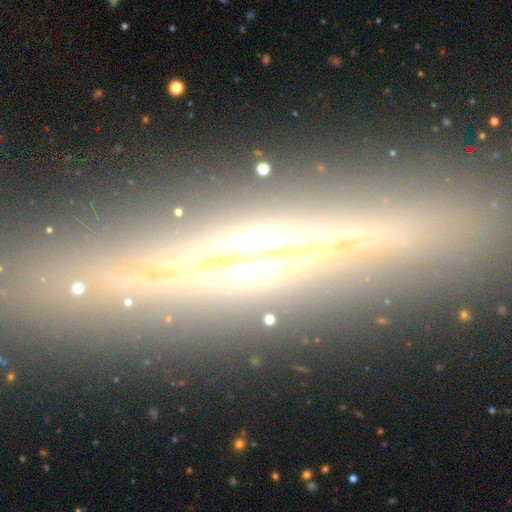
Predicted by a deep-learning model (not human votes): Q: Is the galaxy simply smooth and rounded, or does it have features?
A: featured or disk — 75%.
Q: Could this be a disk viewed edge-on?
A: yes — 89%.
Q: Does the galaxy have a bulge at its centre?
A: rounded — 79%.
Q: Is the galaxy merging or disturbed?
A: none — 70%.